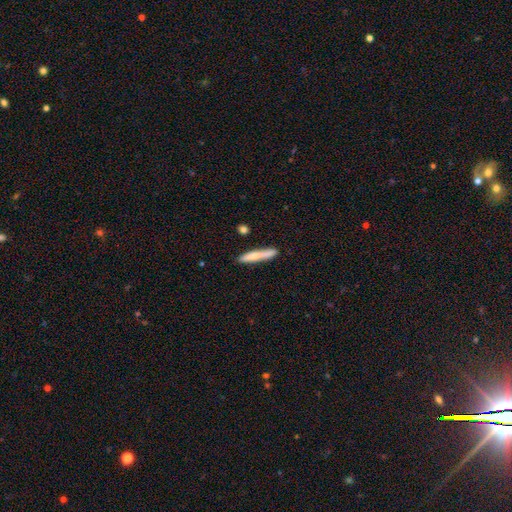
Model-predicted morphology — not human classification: Smooth or featured? smooth (73%)
How rounded? cigar-shaped (94%)
Merging? none (84%)